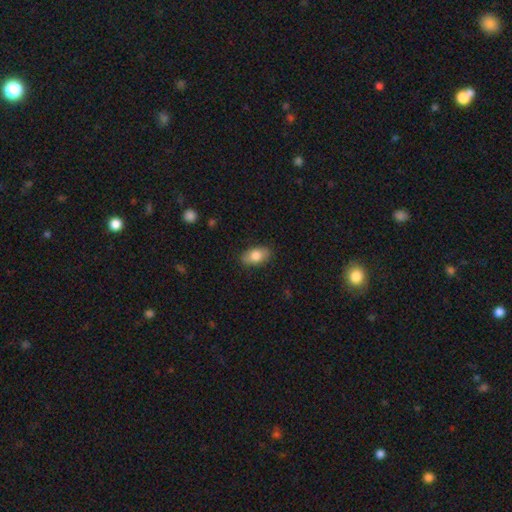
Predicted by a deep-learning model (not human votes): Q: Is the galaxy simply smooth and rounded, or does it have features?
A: smooth — 80%.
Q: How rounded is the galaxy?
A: in between — 91%.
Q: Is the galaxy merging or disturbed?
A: none — 86%.